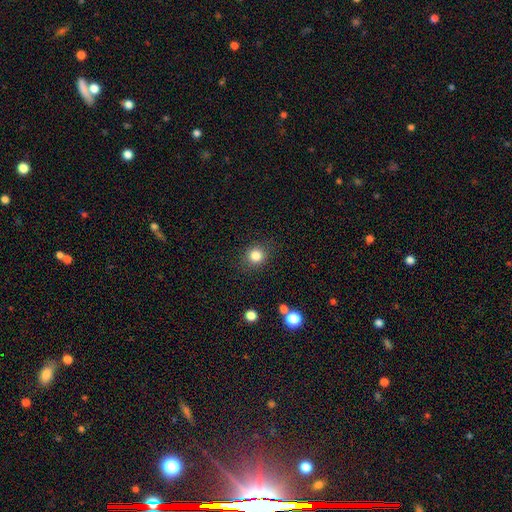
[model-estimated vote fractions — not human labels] smooth-or-featured: smooth: 83% | star or artifact: 11% | featured or disk: 5%
  how-rounded: round: 86% | in between: 14% | cigar-shaped: 1%
  merging: none: 86% | minor disturbance: 9% | major disturbance: 3% | merger: 2%